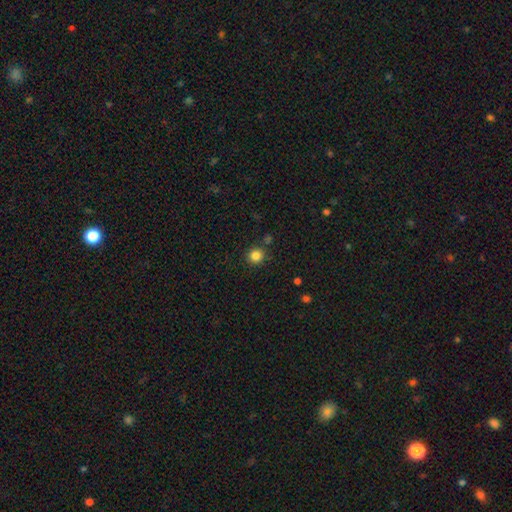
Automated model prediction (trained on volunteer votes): A smooth galaxy with no disk features (84%) that is round (92%). Merging: none (86%).